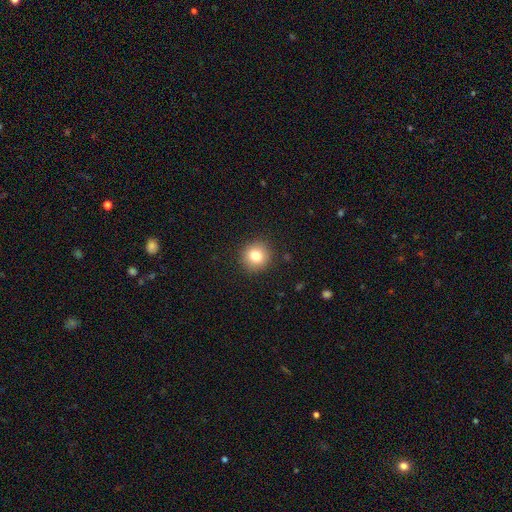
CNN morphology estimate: The model was most divided on "smooth or featured": smooth: 81%, star or artifact: 11%, featured or disk: 9%. More confident: how rounded — round (92%); merging — none (91%).